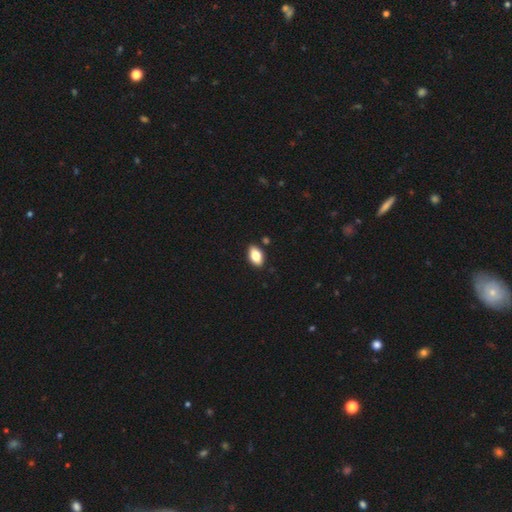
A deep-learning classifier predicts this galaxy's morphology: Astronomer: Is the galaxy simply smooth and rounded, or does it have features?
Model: smooth — 81%.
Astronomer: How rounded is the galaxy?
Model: in between — 91%.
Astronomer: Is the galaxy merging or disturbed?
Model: none — 87%.